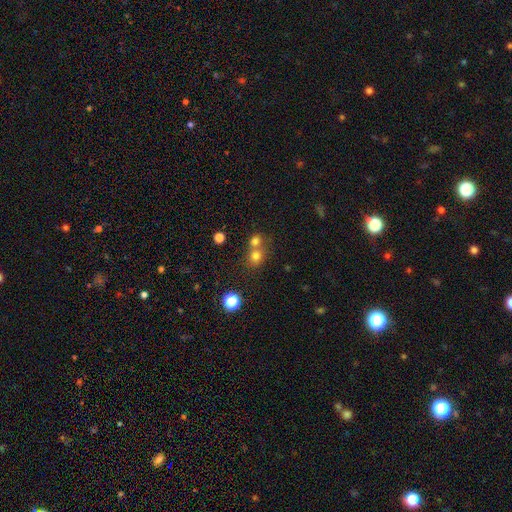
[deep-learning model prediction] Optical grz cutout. It shows a smooth galaxy with no disk features (74%) that is round (81%). Merging: none (47%).